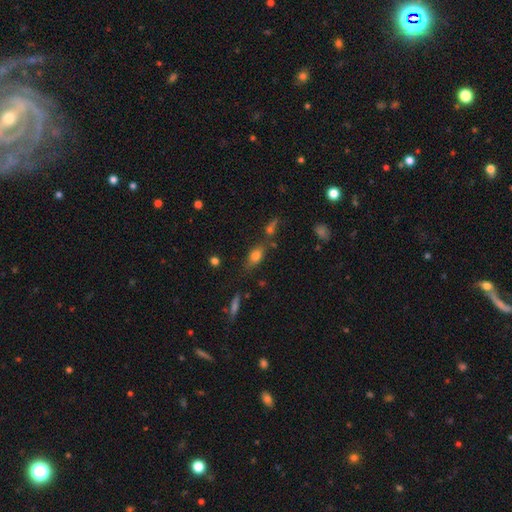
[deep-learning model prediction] Morphology: type=smooth (73%); roundness=in between (77%); merging=none (57%).